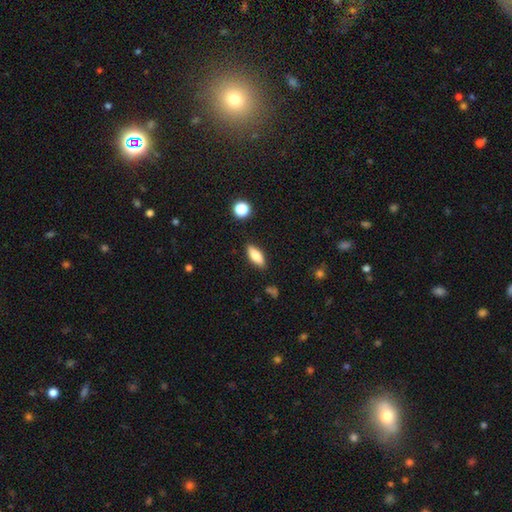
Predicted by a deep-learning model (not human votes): smooth-or-featured: smooth: 77% | featured or disk: 16% | star or artifact: 7%
  how-rounded: in between: 72% | cigar-shaped: 25% | round: 3%
  merging: none: 85% | minor disturbance: 10% | major disturbance: 2% | merger: 2%